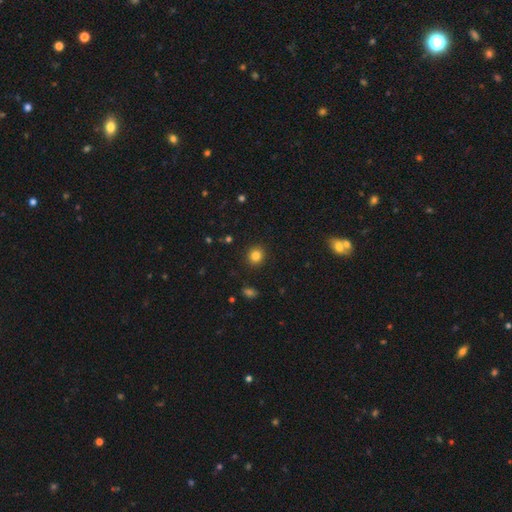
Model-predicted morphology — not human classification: Q: Smooth or featured?
A: smooth (83%); runner-up: star or artifact (12%)
Q: How rounded?
A: round (84%); runner-up: in between (16%)
Q: Merging?
A: none (91%); runner-up: minor disturbance (6%)